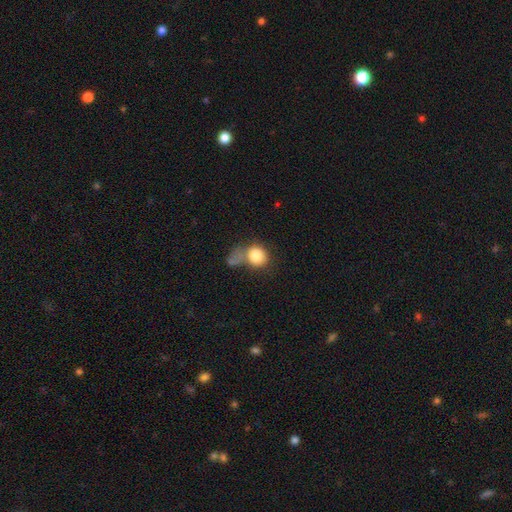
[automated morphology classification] Smooth or featured? Predicted: smooth (p=0.80). How rounded? Predicted: round (p=0.71). Merging? Predicted: merger (p=0.30).